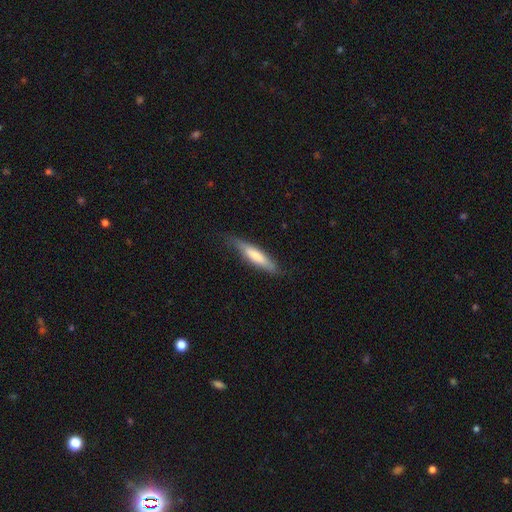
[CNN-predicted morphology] A smooth galaxy with no disk features (67%) that is cigar-shaped (82%).

Vote fractions:
- Smooth or featured? smooth: 67% / featured or disk: 28% / star or artifact: 5%
- How rounded? cigar-shaped: 82% / in between: 16% / round: 1%
- Merging? none: 75% / minor disturbance: 20% / major disturbance: 4% / merger: 1%